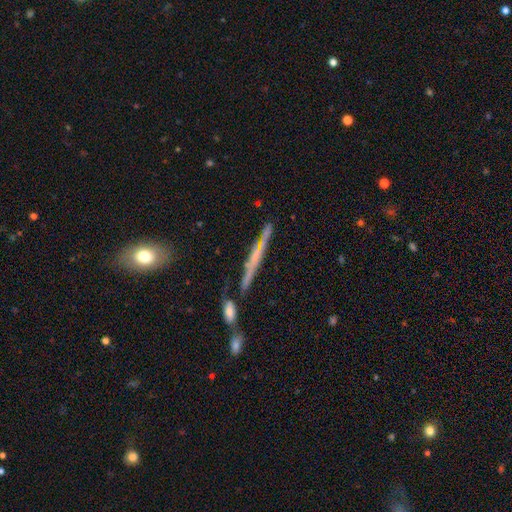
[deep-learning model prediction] Smooth or featured? featured or disk (65%)
Edge-on disk? yes (94%)
Edge-on bulge? none (45%)
Merging? none (75%)